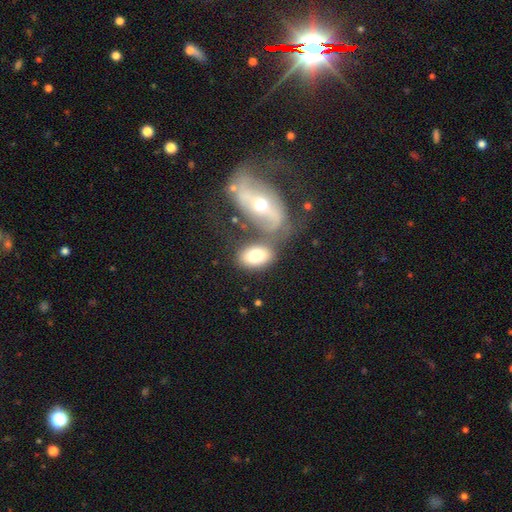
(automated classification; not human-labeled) Smooth or featured? Predicted: smooth (p=0.67). How rounded? Predicted: in between (p=0.85). Merging? Predicted: none (p=0.49).